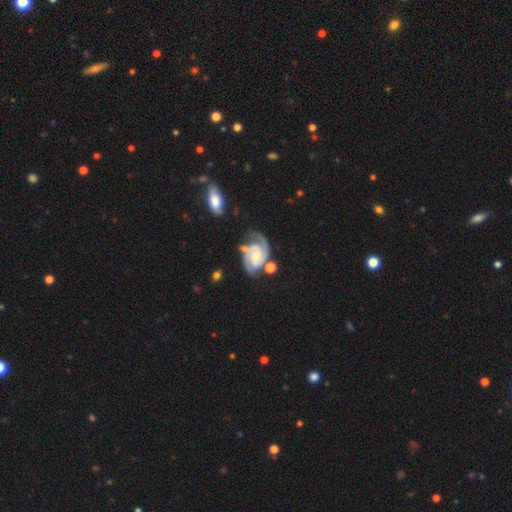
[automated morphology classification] featured or disk 89%, smooth 6%, star or artifact 5%. Down the decision tree: edge-on disk — no (98%); bar — no (61%); spiral arms — yes (98%); spiral arm count — 2 (74%); spiral winding — tight (58%); bulge size — small (51%); merging — none (51%).